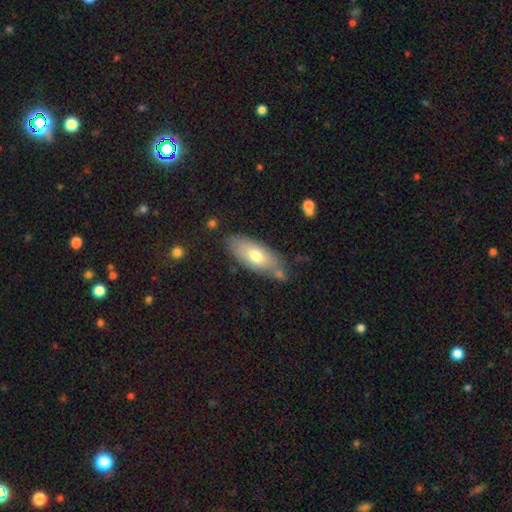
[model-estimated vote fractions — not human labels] This is likely a smooth galaxy (69%). How rounded: clearly in between (82%). Merging: likely none (68%).